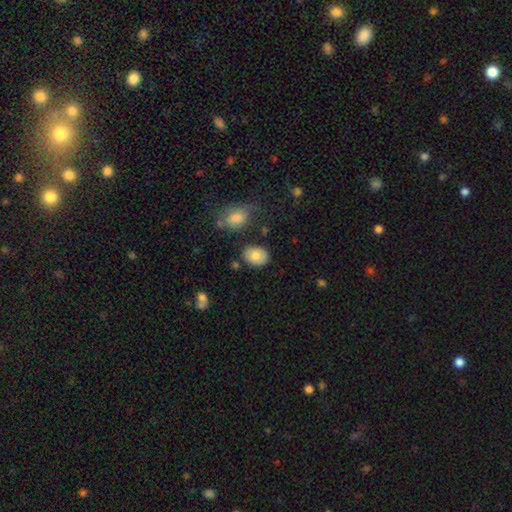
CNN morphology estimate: This is likely a smooth galaxy (78%). How rounded: likely in between (63%). Merging: clearly none (81%).